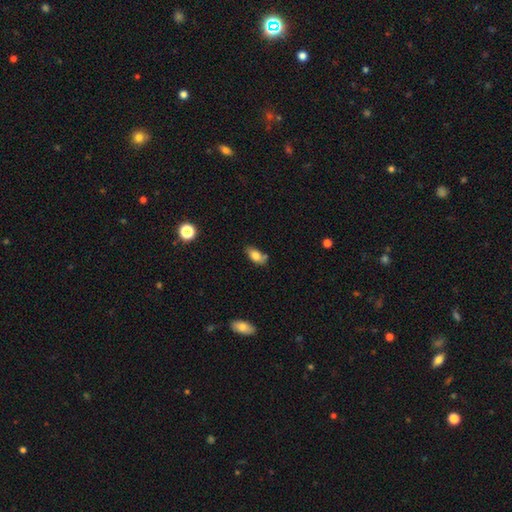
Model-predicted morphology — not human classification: Q: Smooth or featured?
A: smooth (79%); runner-up: featured or disk (13%)
Q: How rounded?
A: in between (89%); runner-up: cigar-shaped (7%)
Q: Merging?
A: none (62%); runner-up: minor disturbance (23%)